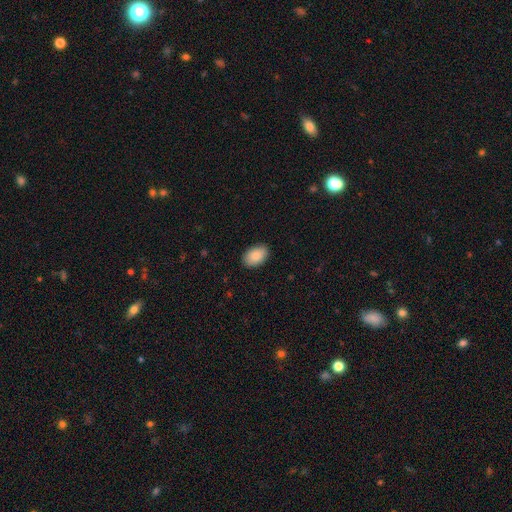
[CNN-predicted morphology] type=smooth (88%); roundness=in between (90%); merging=none (88%).